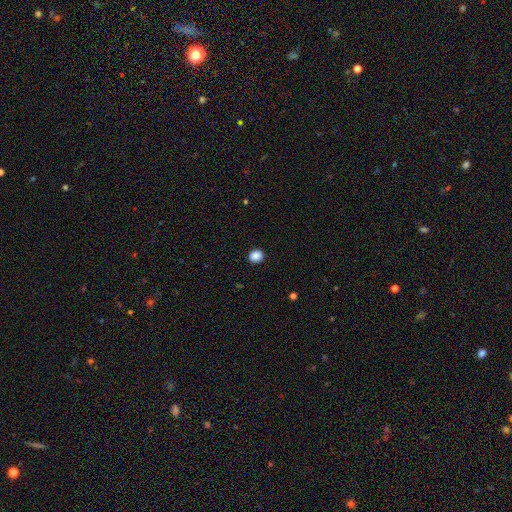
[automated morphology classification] A smooth galaxy with no disk features (87%) that is round (76%).

Vote fractions:
- Smooth or featured? smooth: 87% / star or artifact: 9% / featured or disk: 3%
- How rounded? round: 76% / in between: 23% / cigar-shaped: 1%
- Merging? none: 91% / minor disturbance: 6% / major disturbance: 2% / merger: 1%